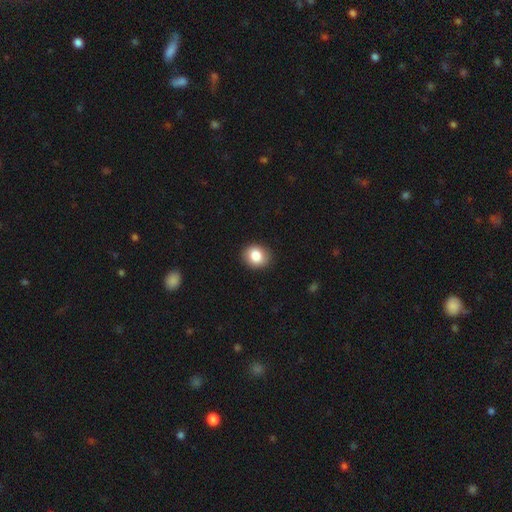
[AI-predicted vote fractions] smooth 84%, star or artifact 9%, featured or disk 7%. Down the decision tree: how rounded — round (63%); merging — none (89%).